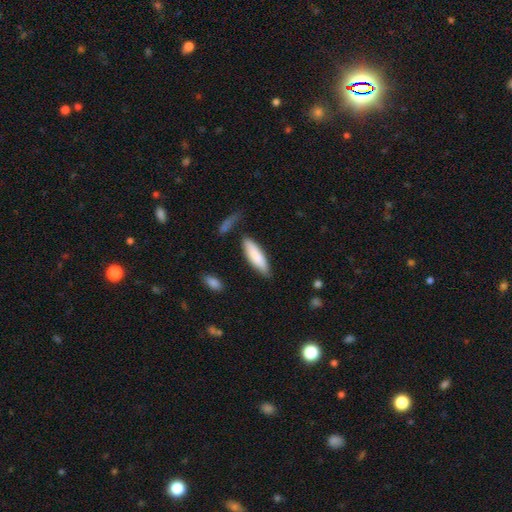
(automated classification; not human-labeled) The model was most divided on "how rounded": cigar-shaped: 59%, in between: 40%, round: 1%. More confident: smooth or featured — smooth (84%); merging — none (75%).